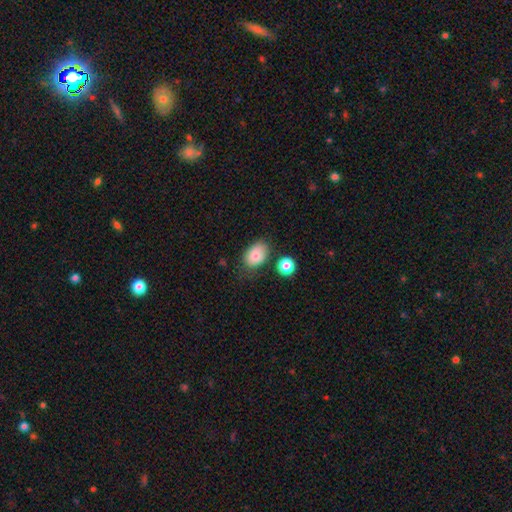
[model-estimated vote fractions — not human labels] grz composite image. It shows a smooth galaxy with no disk features (81%) that is in between round and cigar-shaped (83%). Merging: none (65%).